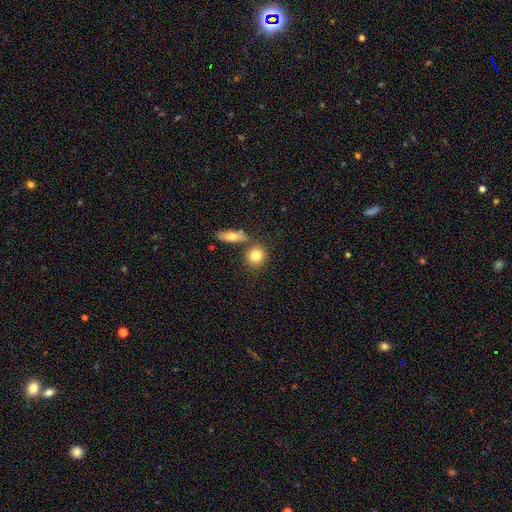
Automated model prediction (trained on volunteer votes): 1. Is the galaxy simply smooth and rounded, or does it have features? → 81% smooth, 11% featured or disk, 8% star or artifact.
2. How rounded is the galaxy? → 77% round, 20% in between, 3% cigar-shaped.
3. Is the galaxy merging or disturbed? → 70% none, 17% merger, 10% minor disturbance, 3% major disturbance.